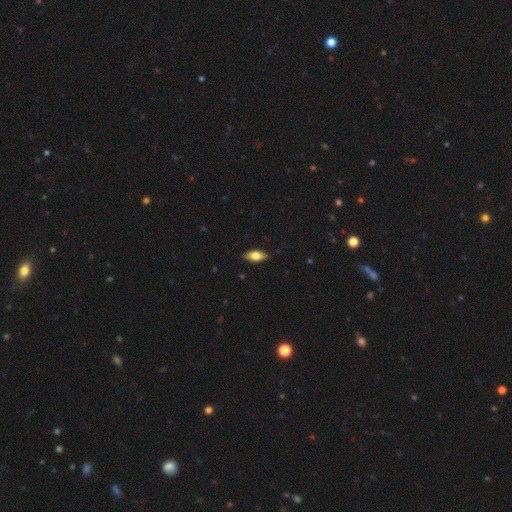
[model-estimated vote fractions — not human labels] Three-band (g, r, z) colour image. It shows a smooth galaxy with no disk features (71%) that is in between round and cigar-shaped (85%). Merging: none (87%).